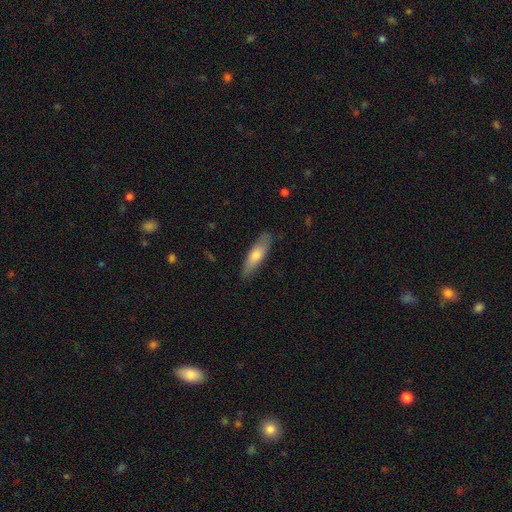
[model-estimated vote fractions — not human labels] The model was most divided on "how rounded": cigar-shaped: 60%, in between: 39%, round: 2%. More confident: merging — none (84%); smooth or featured — smooth (68%).